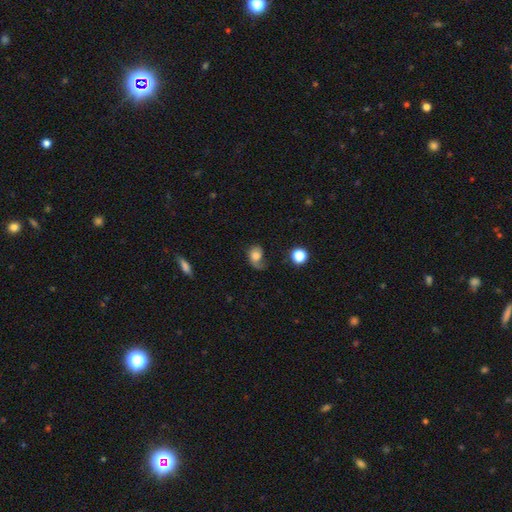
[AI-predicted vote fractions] smooth-or-featured: smooth: 63% | featured or disk: 26% | star or artifact: 10%
  how-rounded: in between: 55% | round: 44% | cigar-shaped: 1%
  merging: none: 34% | major disturbance: 33% | minor disturbance: 29% | merger: 4%